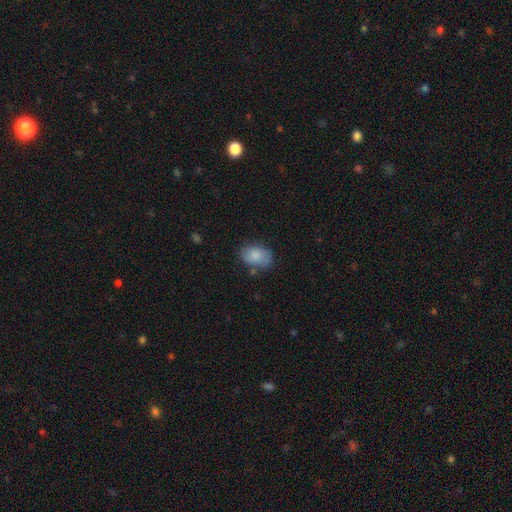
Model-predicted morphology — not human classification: Smooth or featured?
  - smooth: 81% *
  - featured or disk: 12%
  - star or artifact: 7%
How rounded?
  - in between: 84% *
  - round: 14%
  - cigar-shaped: 1%
Merging?
  - none: 68% *
  - minor disturbance: 22%
  - major disturbance: 6%
  - merger: 4%